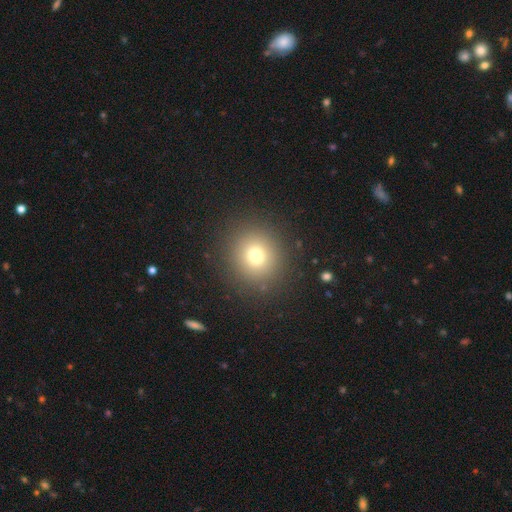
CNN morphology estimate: smooth_or_featured: smooth (p=0.74) [alt: star or artifact p=0.16]
how_rounded: round (p=0.90) [alt: in between p=0.09]
merging: none (p=0.89) [alt: minor disturbance p=0.06]